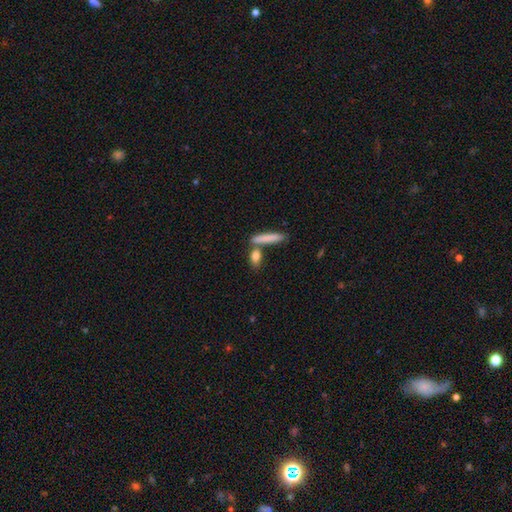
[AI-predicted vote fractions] Smooth or featured? Predicted: smooth (p=0.80). How rounded? Predicted: in between (p=0.45). Merging? Predicted: none (p=0.62).